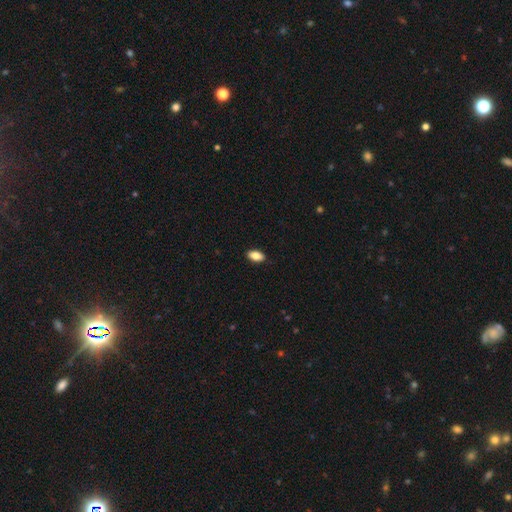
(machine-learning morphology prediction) smooth_or_featured: smooth (p=0.85) [alt: featured or disk p=0.08]
how_rounded: in between (p=0.92) [alt: round p=0.04]
merging: none (p=0.88) [alt: minor disturbance p=0.09]